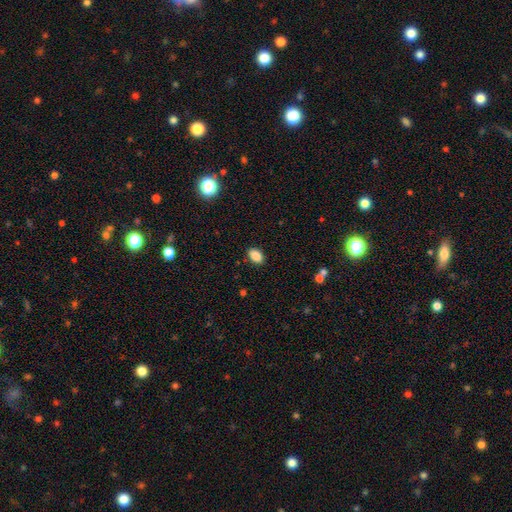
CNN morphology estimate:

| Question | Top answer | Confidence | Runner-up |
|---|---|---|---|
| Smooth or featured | smooth | 88% | star or artifact (9%) |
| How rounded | in between | 88% | round (11%) |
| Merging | none | 88% | minor disturbance (9%) |